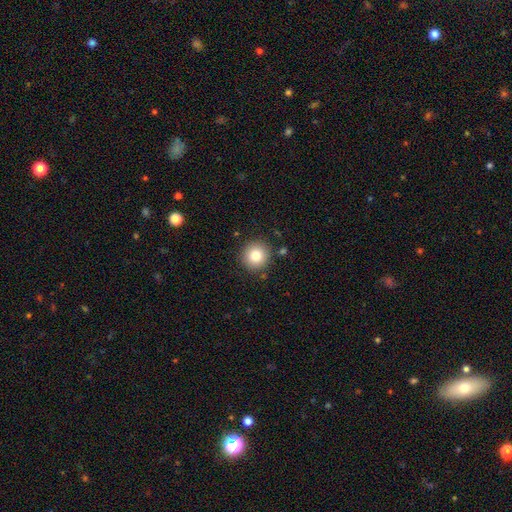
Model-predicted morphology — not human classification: Smooth or featured? smooth (83%)
How rounded? round (94%)
Merging? none (89%)